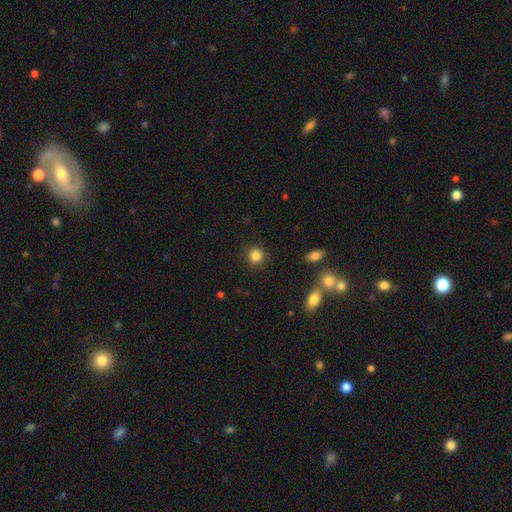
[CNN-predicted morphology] Smooth or featured? smooth (85%)
How rounded? round (92%)
Merging? none (90%)